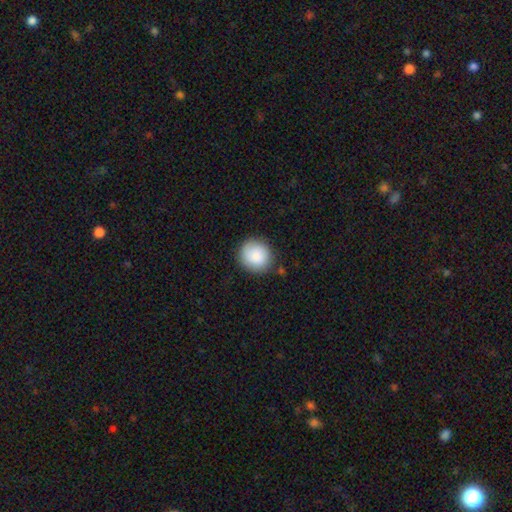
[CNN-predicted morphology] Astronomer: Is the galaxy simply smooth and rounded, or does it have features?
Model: smooth — 86%.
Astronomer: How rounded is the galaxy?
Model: round — 90%.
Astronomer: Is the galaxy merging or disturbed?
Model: none — 82%.